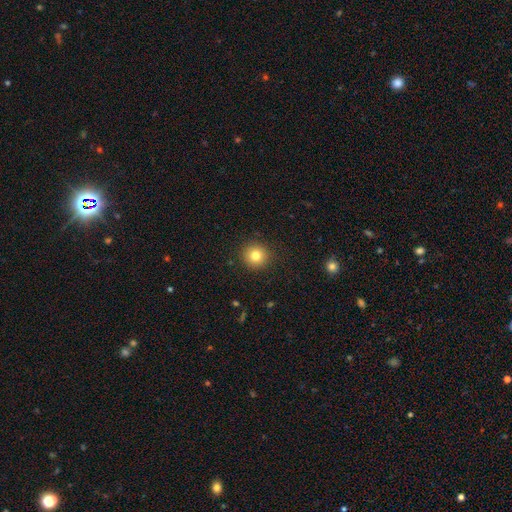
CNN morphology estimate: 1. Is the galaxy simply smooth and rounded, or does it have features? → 80% smooth, 12% star or artifact, 8% featured or disk.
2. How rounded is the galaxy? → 94% round, 5% in between, 1% cigar-shaped.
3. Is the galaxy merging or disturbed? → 91% none, 6% minor disturbance, 2% major disturbance, 1% merger.